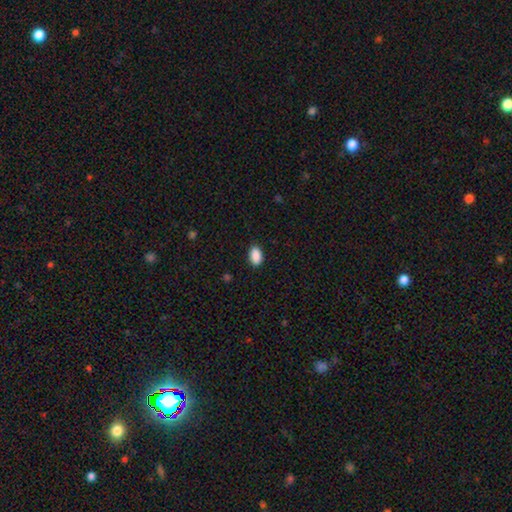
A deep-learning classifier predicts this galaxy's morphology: Smooth or featured?
  - smooth: 90% *
  - star or artifact: 8%
  - featured or disk: 2%
How rounded?
  - in between: 92% *
  - round: 6%
  - cigar-shaped: 2%
Merging?
  - none: 88% *
  - minor disturbance: 9%
  - major disturbance: 2%
  - merger: 1%